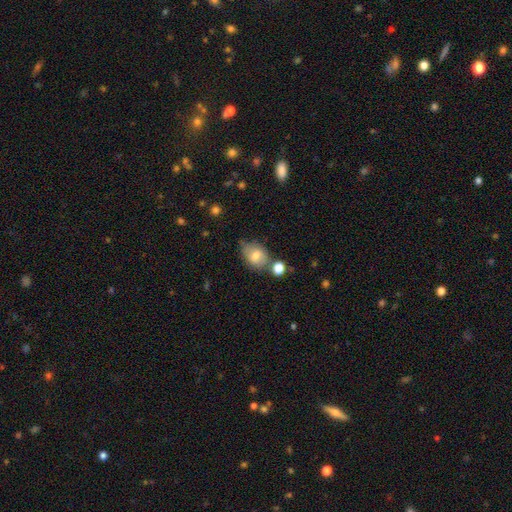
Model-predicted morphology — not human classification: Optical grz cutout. It shows a smooth galaxy with no disk features (70%) that is in between round and cigar-shaped (66%). Merging: none (48%).